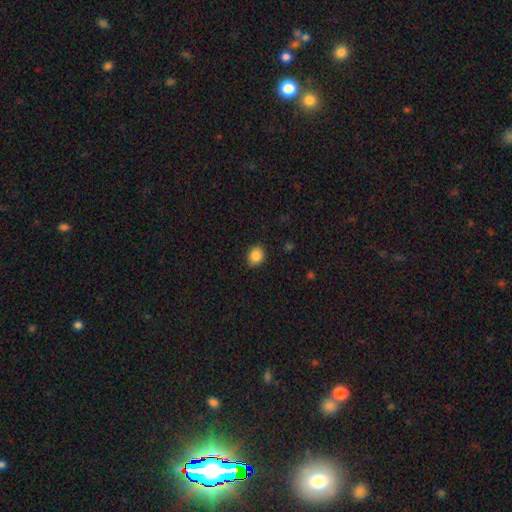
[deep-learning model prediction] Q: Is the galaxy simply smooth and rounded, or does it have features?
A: smooth — 86%.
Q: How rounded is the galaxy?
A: round — 65%.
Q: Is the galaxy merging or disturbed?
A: none — 89%.